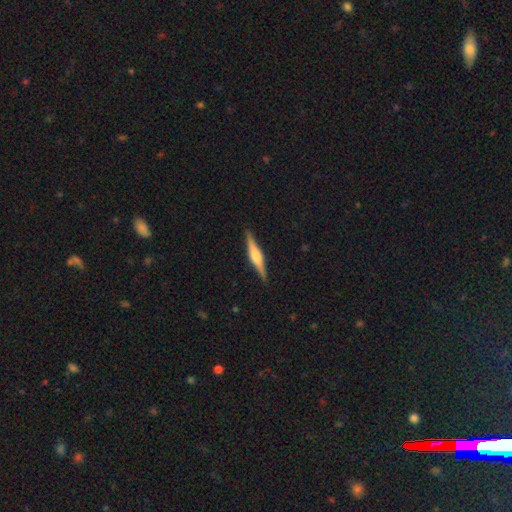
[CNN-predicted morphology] smooth-or-featured: featured or disk: 68% | smooth: 27% | star or artifact: 6%
  disk-edge-on: yes: 98% | no: 2%
    edge-on-bulge: rounded: 63% | boxy: 30% | none: 7%
  merging: none: 90% | minor disturbance: 7% | major disturbance: 2% | merger: 1%